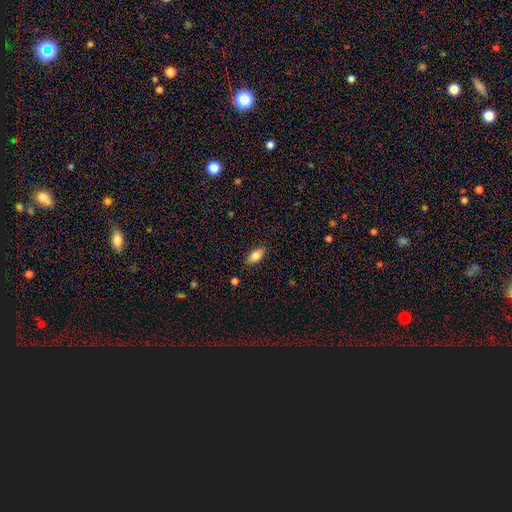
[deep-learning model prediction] smooth-or-featured: smooth: 85% | featured or disk: 8% | star or artifact: 8%
  how-rounded: in between: 90% | cigar-shaped: 7% | round: 3%
  merging: none: 86% | minor disturbance: 10% | major disturbance: 2% | merger: 1%